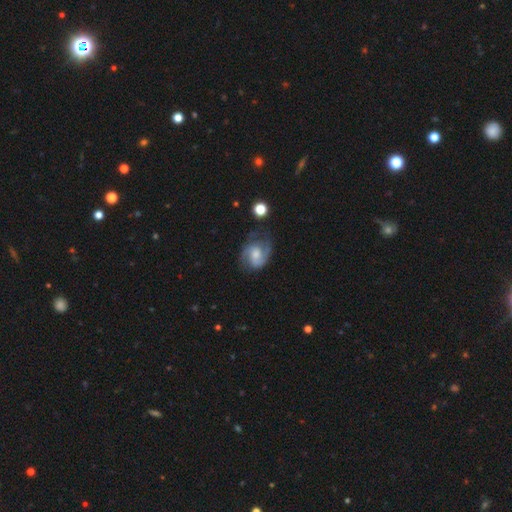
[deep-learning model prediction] This is likely a featured or disk galaxy (80%). It is clearly not viewed edge-on (98%). Bar: possibly no (51%). Spiral arm pattern: clearly yes (96%). Spiral arm count: likely 2 (78%). Spiral winding: possibly medium (53%). Central bulge: possibly moderate (50%). Merging: likely none (68%).